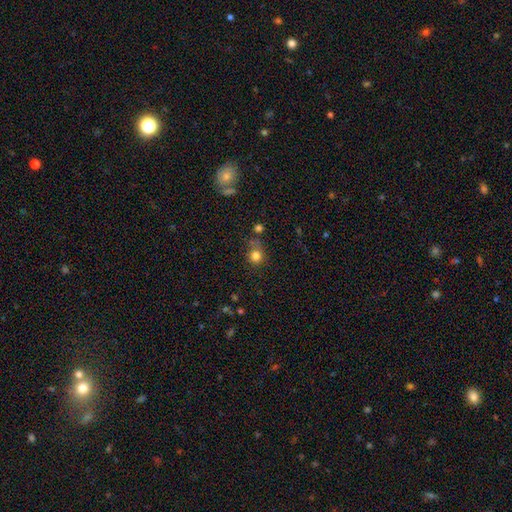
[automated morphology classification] The model was most divided on "merging": none: 62%, minor disturbance: 18%, merger: 12%, major disturbance: 8%. More confident: how rounded — round (87%); smooth or featured — smooth (80%).